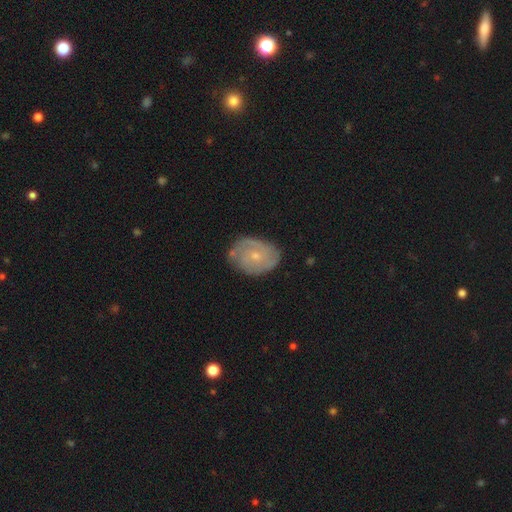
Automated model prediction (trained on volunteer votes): Smooth or featured?
  - featured or disk: 71% *
  - smooth: 22%
  - star or artifact: 7%
Edge-on disk?
  - no: 97% *
  - yes: 3%
Bar?
  - no: 76% *
  - weak: 21%
  - strong: 3%
Spiral arms?
  - yes: 88% *
  - no: 12%
Spiral winding?
  - tight: 59% *
  - medium: 31%
  - loose: 10%
Spiral arm count?
  - 2: 37% *
  - can't tell: 32%
  - 3: 17%
  - 1: 5%
  - 4: 5%
  - more than 4: 4%
Bulge size?
  - small: 68% *
  - moderate: 28%
  - none: 2%
  - large: 1%
  - dominant: 1%
Merging?
  - none: 72% *
  - minor disturbance: 21%
  - major disturbance: 5%
  - merger: 2%